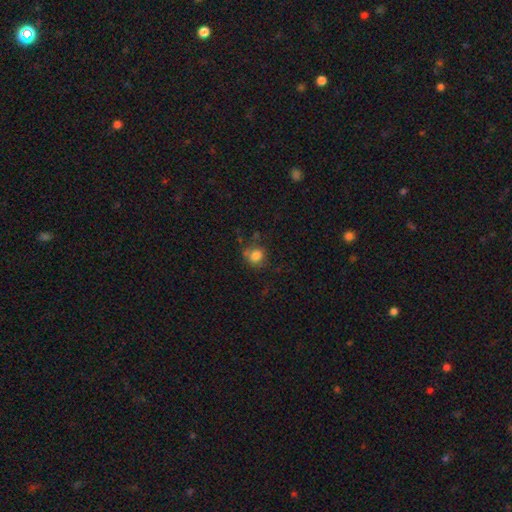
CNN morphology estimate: Smooth or featured? Predicted: smooth (p=0.80). How rounded? Predicted: round (p=0.74). Merging? Predicted: none (p=0.62).